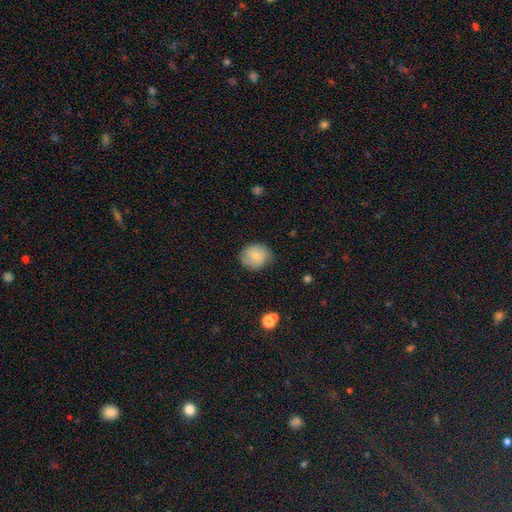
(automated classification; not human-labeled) Smooth or featured? Predicted: smooth (p=0.66). How rounded? Predicted: round (p=0.74). Merging? Predicted: none (p=0.74).